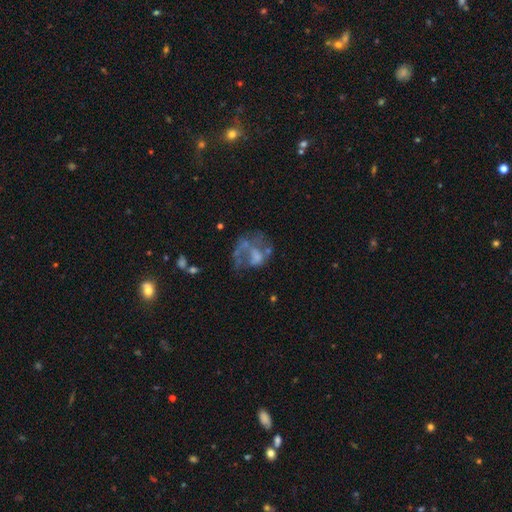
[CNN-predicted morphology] Smooth or featured: featured or disk — 59% (smooth — 23%)
Edge-on disk: no — 98% (yes — 2%)
Bar: no — 80% (weak — 16%)
Spiral arms: no — 65% (yes — 35%)
Bulge size: none — 54% (moderate — 20%)
Merging: major disturbance — 39% (none — 34%)